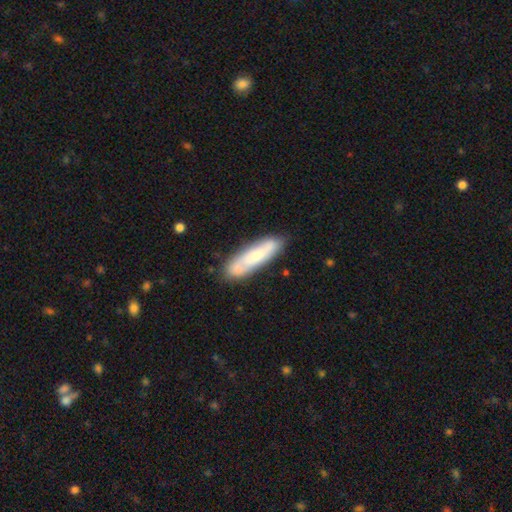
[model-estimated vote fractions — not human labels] smooth_or_featured: smooth (p=0.57) [alt: featured or disk p=0.37]
how_rounded: cigar-shaped (p=0.69) [alt: in between p=0.29]
merging: none (p=0.75) [alt: minor disturbance p=0.15]